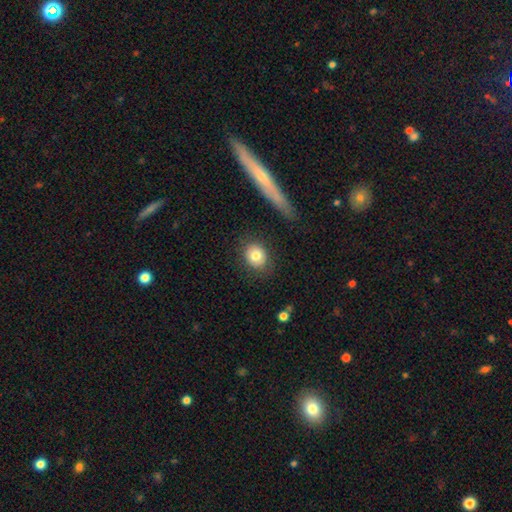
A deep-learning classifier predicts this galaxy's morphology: Smooth or featured? Predicted: smooth (p=0.79). How rounded? Predicted: round (p=0.69). Merging? Predicted: none (p=0.84).